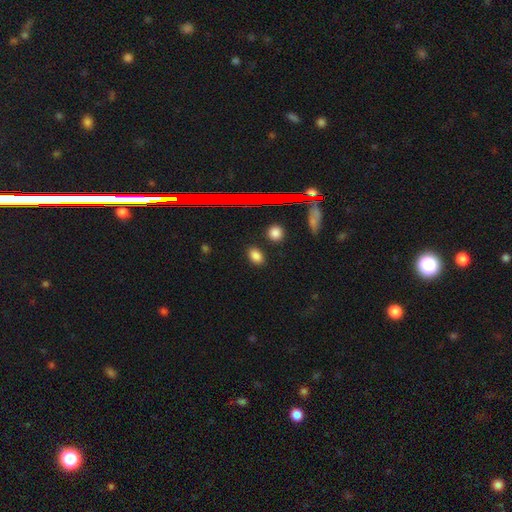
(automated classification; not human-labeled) Smooth or featured? smooth (81%)
How rounded? in between (79%)
Merging? none (85%)